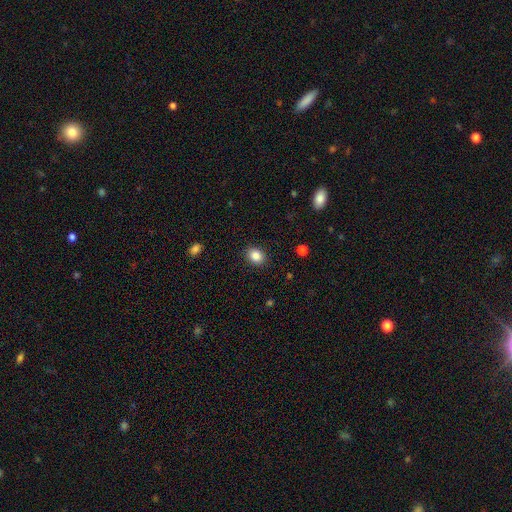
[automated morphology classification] The model was most divided on "how rounded": in between: 51%, round: 48%, cigar-shaped: 1%. More confident: merging — none (90%); smooth or featured — smooth (86%).